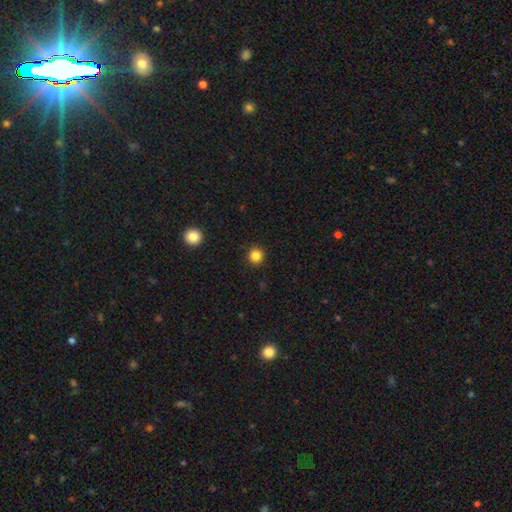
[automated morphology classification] Smooth or featured: smooth — 84% (star or artifact — 12%)
How rounded: round — 95% (in between — 4%)
Merging: none — 92% (minor disturbance — 5%)